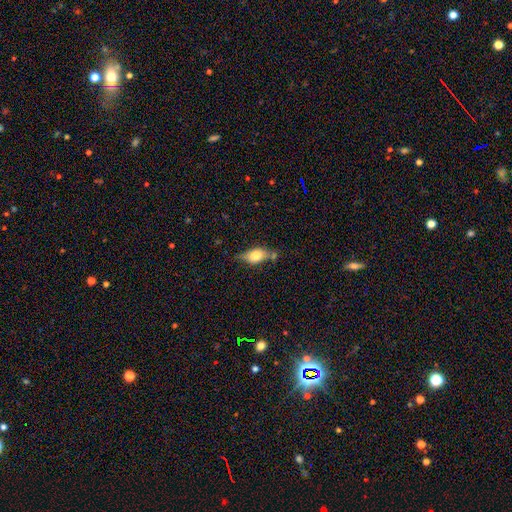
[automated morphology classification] Overall: smooth (61%; featured or disk 31%). How rounded: in between (79%). Merging: none (60%; minor disturbance 23%).